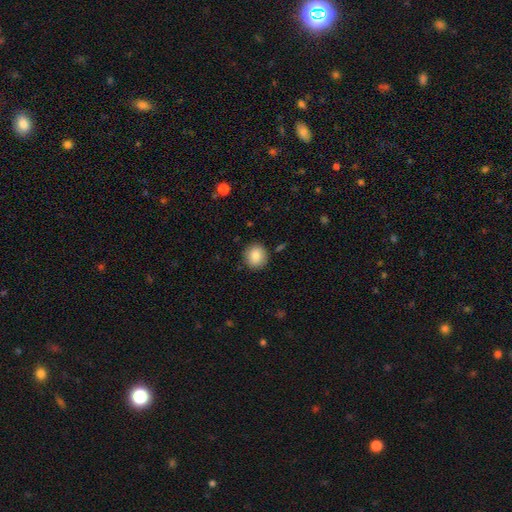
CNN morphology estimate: smooth 86%, star or artifact 8%, featured or disk 6%. Down the decision tree: how rounded — round (84%); merging — none (88%).